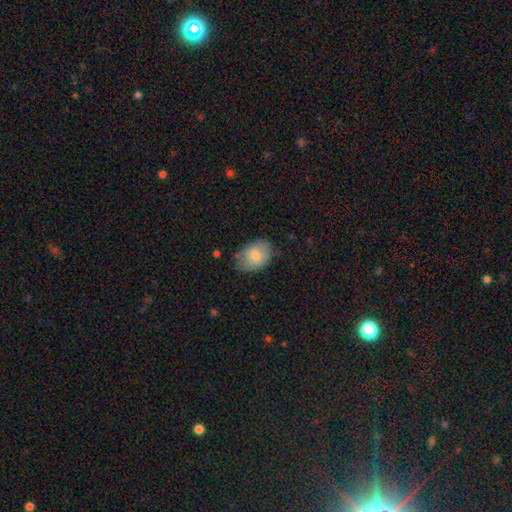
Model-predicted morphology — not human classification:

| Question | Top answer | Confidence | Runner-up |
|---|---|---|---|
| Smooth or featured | smooth | 77% | featured or disk (16%) |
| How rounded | in between | 81% | round (18%) |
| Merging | none | 67% | minor disturbance (25%) |